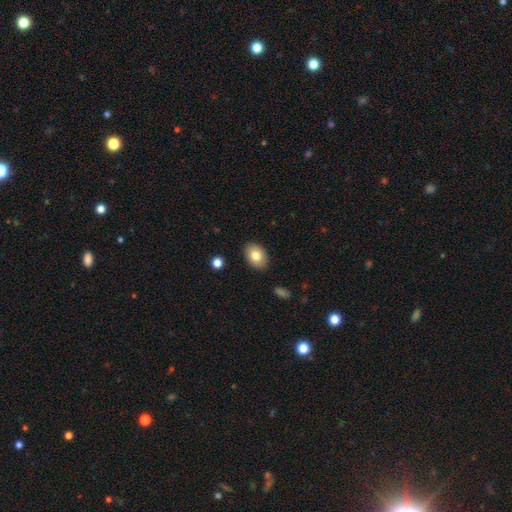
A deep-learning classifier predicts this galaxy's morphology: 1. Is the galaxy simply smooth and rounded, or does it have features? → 82% smooth, 11% featured or disk, 8% star or artifact.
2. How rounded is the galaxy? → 78% in between, 21% round, 1% cigar-shaped.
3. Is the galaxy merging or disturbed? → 88% none, 9% minor disturbance, 2% major disturbance, 1% merger.